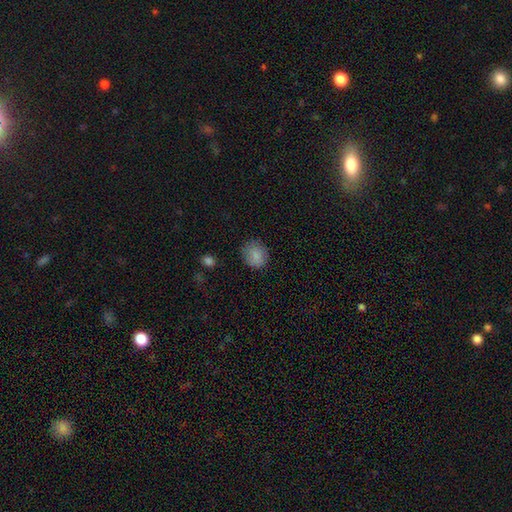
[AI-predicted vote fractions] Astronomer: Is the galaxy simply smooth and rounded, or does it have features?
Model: smooth — 85%.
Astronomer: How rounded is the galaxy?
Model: round — 76%.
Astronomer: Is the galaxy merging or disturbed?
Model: none — 79%.